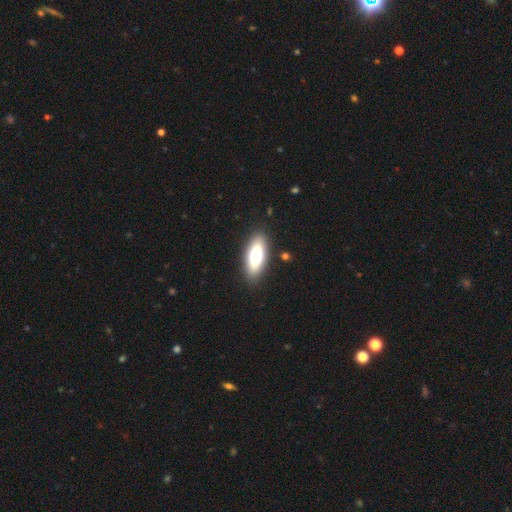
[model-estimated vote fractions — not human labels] Smooth or featured: smooth — 71% (featured or disk — 22%)
How rounded: in between — 70% (cigar-shaped — 28%)
Merging: none — 87% (minor disturbance — 9%)